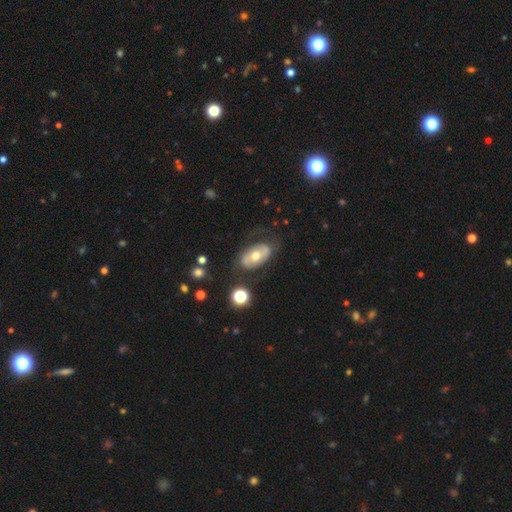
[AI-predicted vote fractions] Smooth or featured: featured or disk — 54% (smooth — 39%)
Edge-on disk: no — 91% (yes — 9%)
Merging: none — 67% (minor disturbance — 19%)